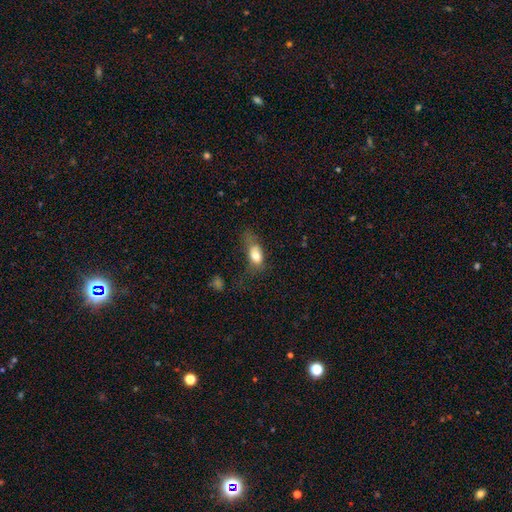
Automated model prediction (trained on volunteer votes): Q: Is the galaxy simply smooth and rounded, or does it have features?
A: smooth — 75%.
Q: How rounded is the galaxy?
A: in between — 83%.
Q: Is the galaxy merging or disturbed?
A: major disturbance — 38%.